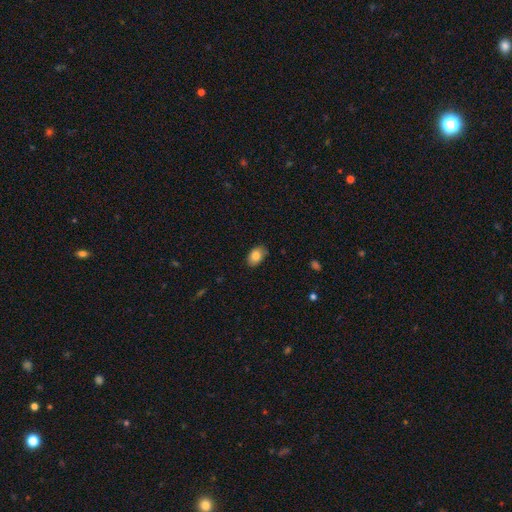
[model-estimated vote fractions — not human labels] Smooth or featured?
  - smooth: 84% *
  - featured or disk: 9%
  - star or artifact: 8%
How rounded?
  - in between: 86% *
  - round: 12%
  - cigar-shaped: 1%
Merging?
  - none: 80% *
  - minor disturbance: 16%
  - major disturbance: 3%
  - merger: 1%